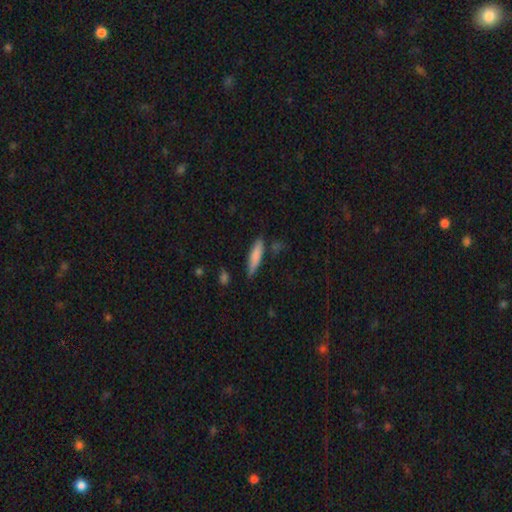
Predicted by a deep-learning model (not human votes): smooth 79%, featured or disk 14%, star or artifact 6%. Down the decision tree: how rounded — cigar-shaped (72%); merging — none (73%).